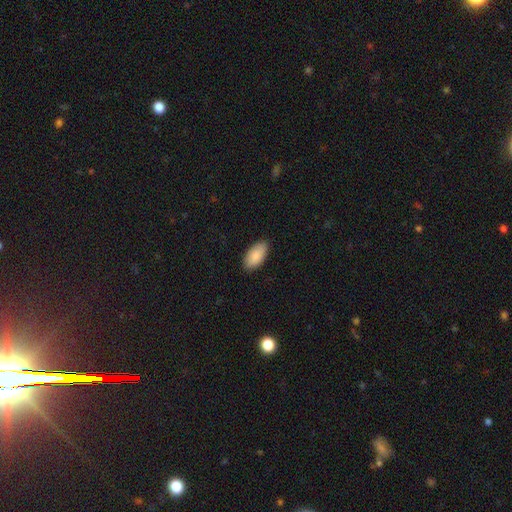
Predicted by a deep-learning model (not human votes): A smooth galaxy with no disk features (88%) that is in between round and cigar-shaped (95%). Merging: none (87%).